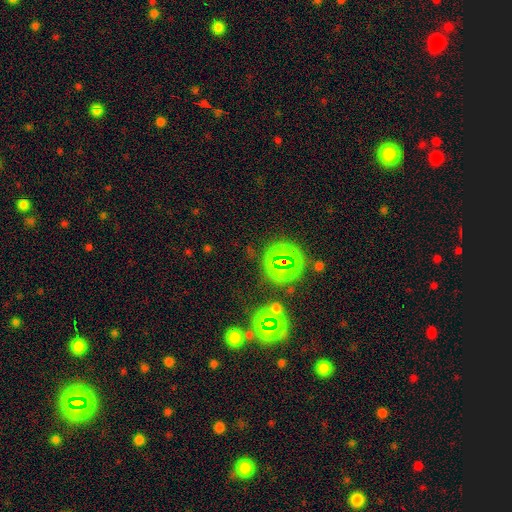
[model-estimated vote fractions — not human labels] Q: Smooth or featured?
A: star or artifact (58%); runner-up: smooth (28%)